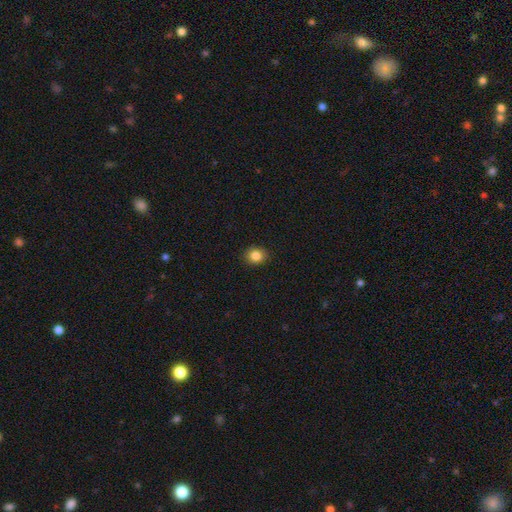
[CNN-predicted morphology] This is clearly a smooth galaxy (85%). How rounded: likely round (71%). Merging: clearly none (89%).